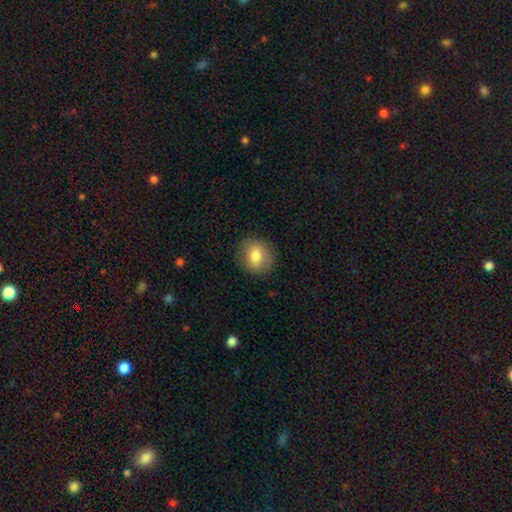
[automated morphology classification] type=smooth (76%); roundness=round (70%); merging=none (84%).